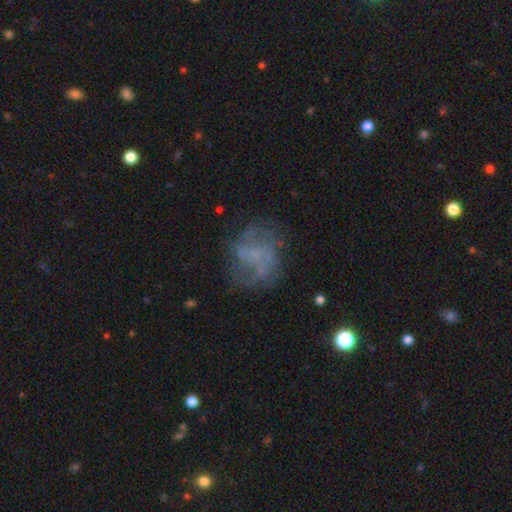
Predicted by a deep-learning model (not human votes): Morphology: type=featured or disk (64%); edge-on=no (98%); bar=no (74%); spiral arms=yes (71%); bulge=none (68%); merging=none (64%).